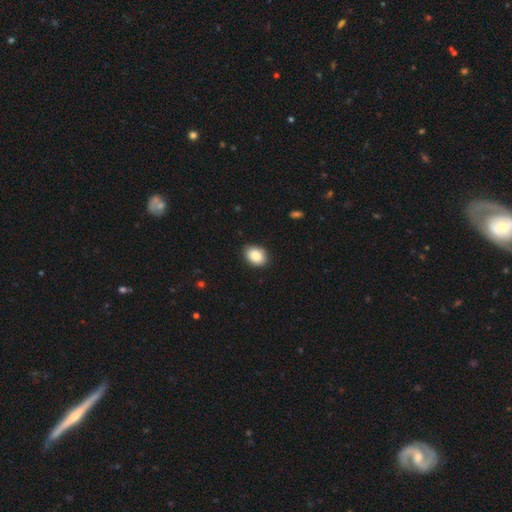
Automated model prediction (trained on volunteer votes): A smooth galaxy with no disk features (89%) that is in between round and cigar-shaped (73%). Merging: none (85%).